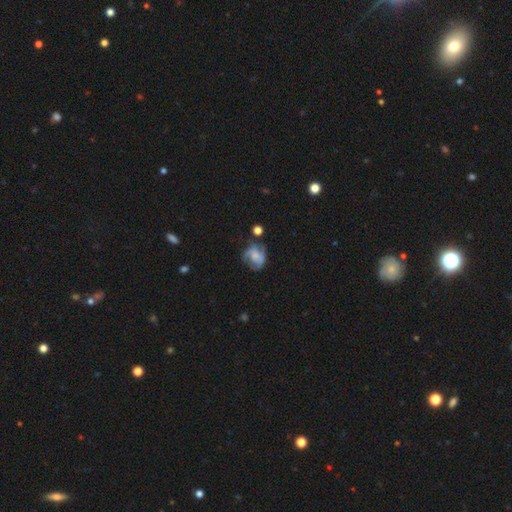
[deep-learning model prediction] smooth_or_featured: featured or disk (p=0.53) [alt: smooth p=0.38]
disk_edge_on: no (p=0.97) [alt: yes p=0.03]
bar: no (p=0.67) [alt: weak p=0.27]
has_spiral_arms: yes (p=0.74) [alt: no p=0.26]
bulge_size: small (p=0.38) [alt: moderate p=0.31]
merging: none (p=0.46) [alt: minor disturbance p=0.27]